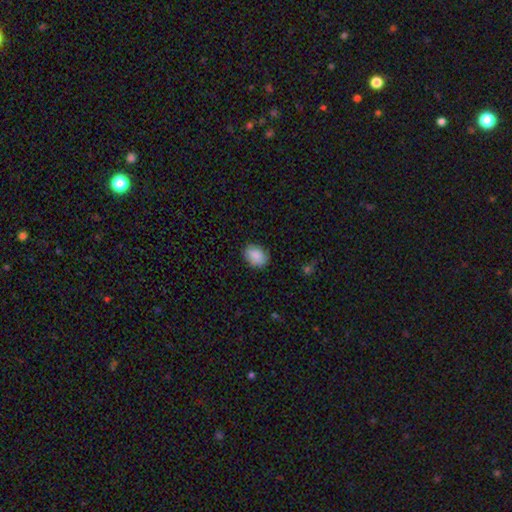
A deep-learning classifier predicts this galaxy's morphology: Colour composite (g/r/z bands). It shows a smooth galaxy with no disk features (88%) that is in between round and cigar-shaped (68%). Merging: none (83%).